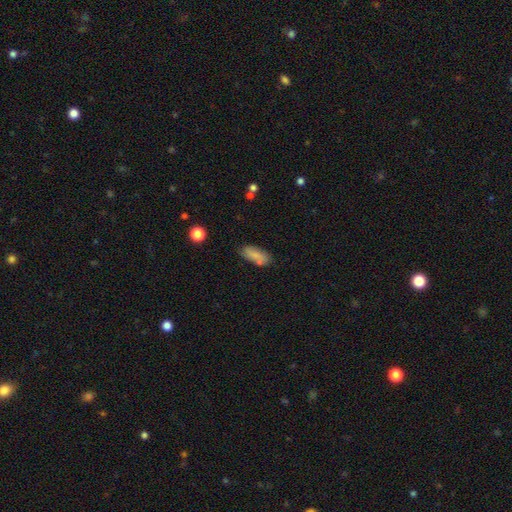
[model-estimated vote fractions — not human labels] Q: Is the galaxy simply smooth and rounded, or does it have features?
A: smooth — 82%.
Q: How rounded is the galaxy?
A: in between — 80%.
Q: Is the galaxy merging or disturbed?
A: none — 70%.